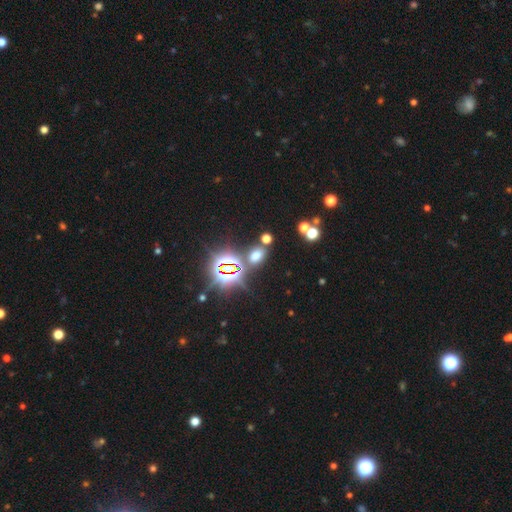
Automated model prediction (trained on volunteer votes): smooth_or_featured: smooth (p=0.49) [alt: star or artifact p=0.43]
merging: none (p=0.75) [alt: merger p=0.10]